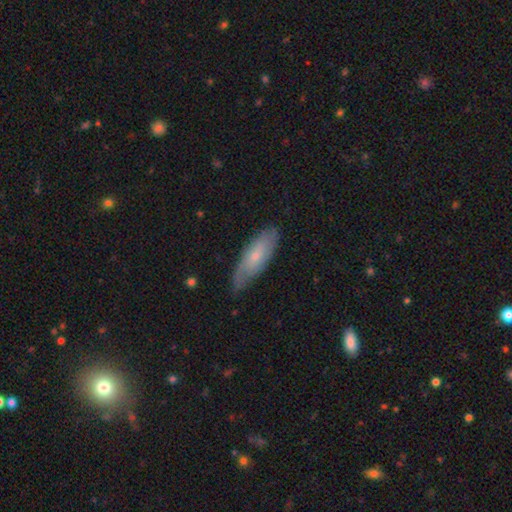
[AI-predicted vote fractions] Overall: smooth (51%; featured or disk 43%). How rounded: in between (58%; cigar-shaped 40%). Merging: none (71%).